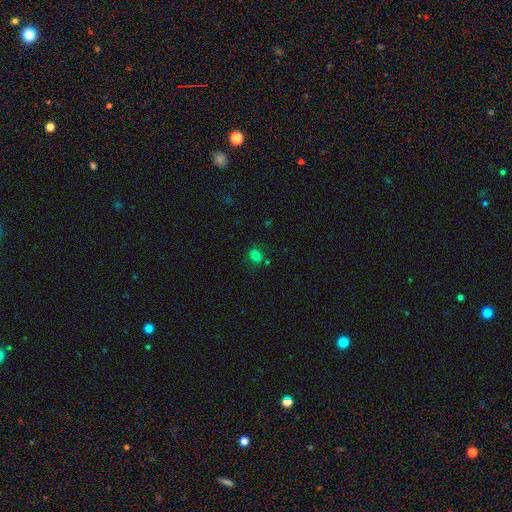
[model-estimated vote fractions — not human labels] A smooth galaxy with no disk features (78%) that is round (72%). Merging: none (78%).